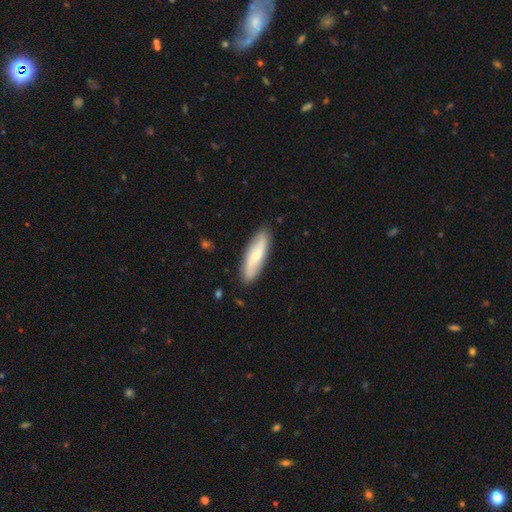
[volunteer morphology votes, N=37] type=featured or disk (65%); edge-on=no (88%); bar=no (57%); spiral arms=yes (95%); winding=loose (65%); arm count=2 (95%); bulge=moderate (52%); merging=none (89%).